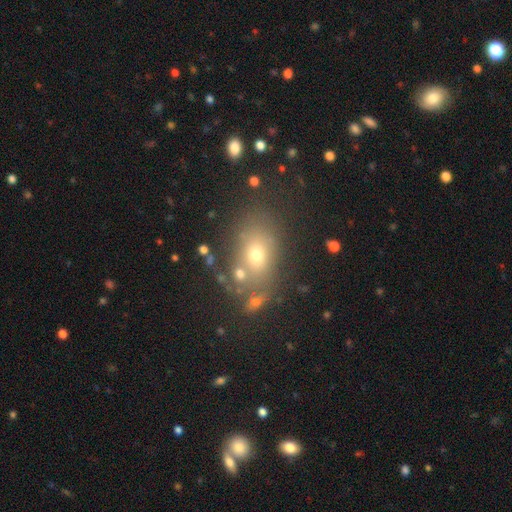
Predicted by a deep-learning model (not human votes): Smooth or featured?
  - smooth: 60% *
  - star or artifact: 21%
  - featured or disk: 19%
How rounded?
  - in between: 69% *
  - round: 29%
  - cigar-shaped: 2%
Merging?
  - none: 64% *
  - merger: 15%
  - minor disturbance: 14%
  - major disturbance: 7%